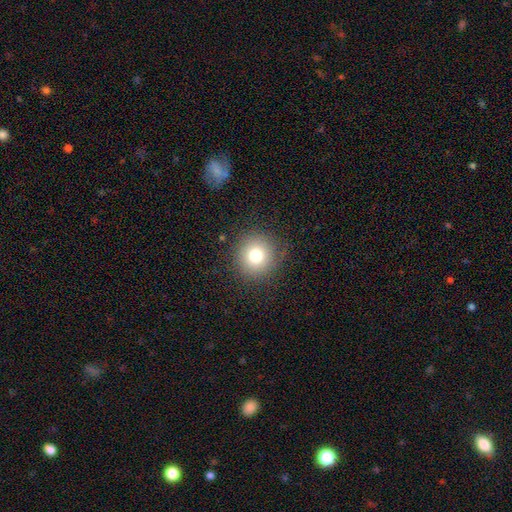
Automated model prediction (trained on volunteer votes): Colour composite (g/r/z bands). It shows a smooth galaxy with no disk features (77%) that is round (91%). Merging: none (87%).